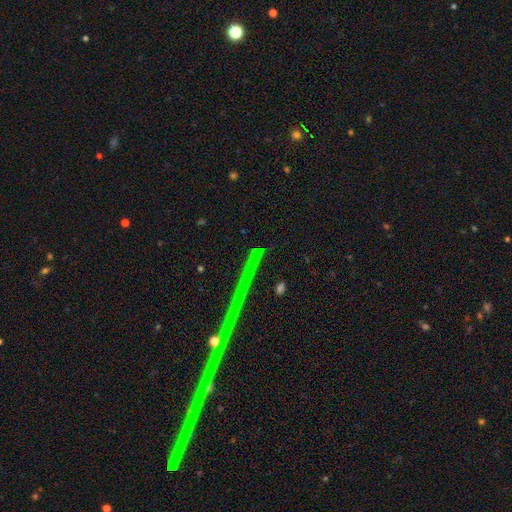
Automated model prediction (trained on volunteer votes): Morphology: type=star or artifact (76%).